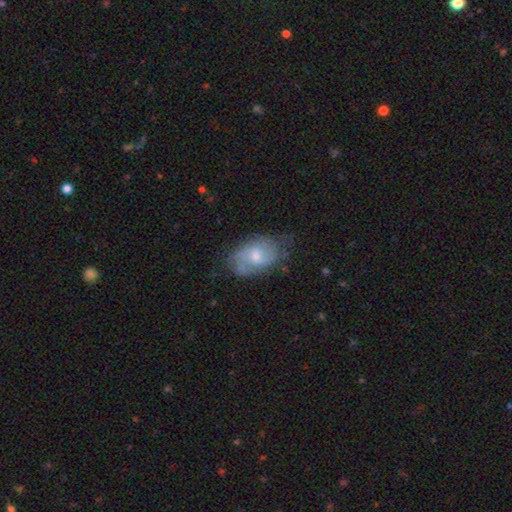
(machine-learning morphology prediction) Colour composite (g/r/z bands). It shows a featured or disk galaxy (55%) with no bar (52%), spiral arms (75%) and a moderate central bulge (55%). Merging: none (59%).